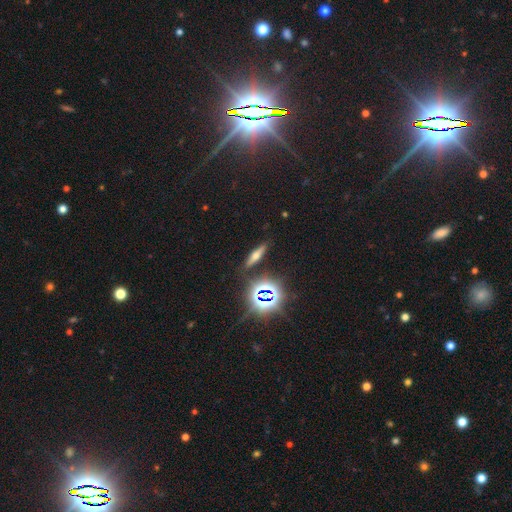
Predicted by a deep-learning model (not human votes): Smooth or featured: smooth — 43% (featured or disk — 31%)
Merging: none — 86% (minor disturbance — 9%)